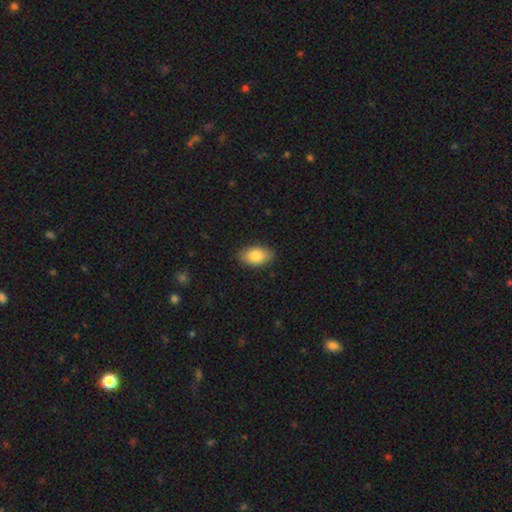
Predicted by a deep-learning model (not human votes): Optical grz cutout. It shows a smooth galaxy with no disk features (85%) that is in between round and cigar-shaped (92%). Merging: none (87%).